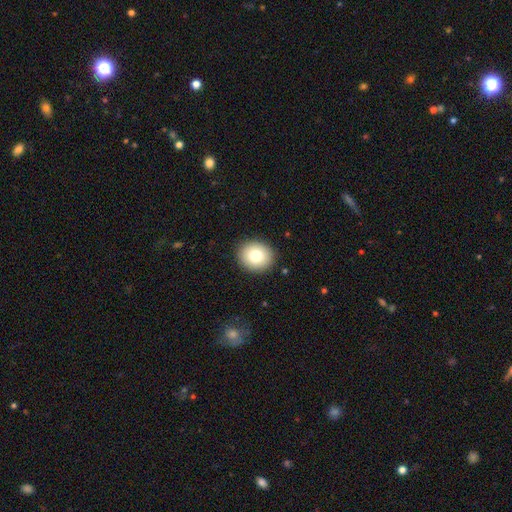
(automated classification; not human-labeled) Smooth or featured? smooth (81%)
How rounded? round (72%)
Merging? none (90%)